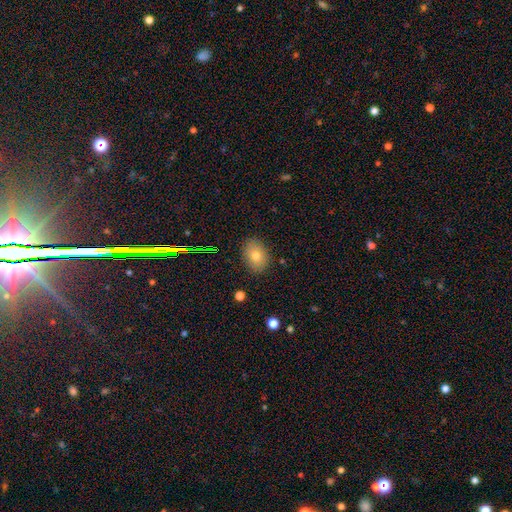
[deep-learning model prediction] Morphology: type=smooth (75%); roundness=in between (72%); merging=none (86%).